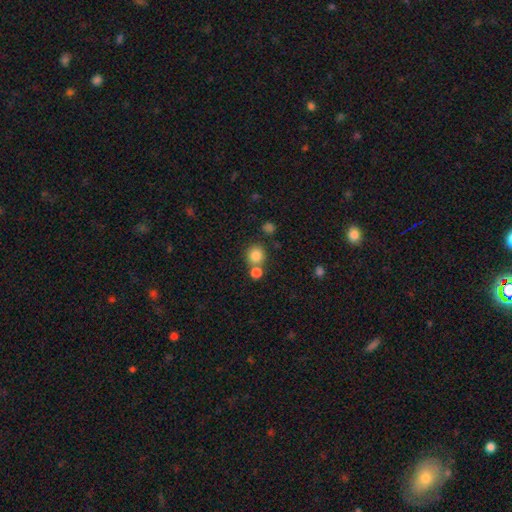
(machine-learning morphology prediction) smooth-or-featured: smooth: 83% | star or artifact: 11% | featured or disk: 6%
  how-rounded: round: 88% | in between: 11% | cigar-shaped: 1%
  merging: none: 63% | merger: 26% | minor disturbance: 8% | major disturbance: 3%